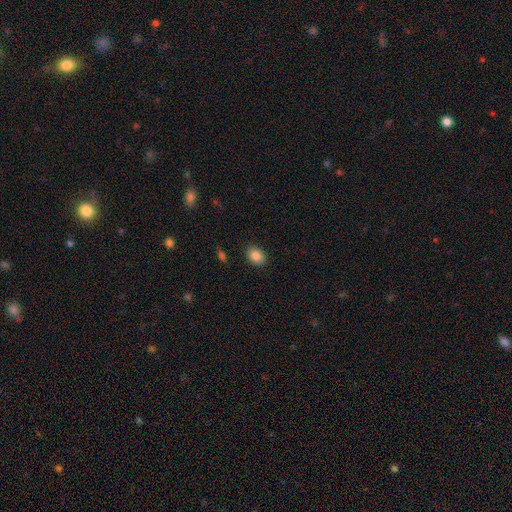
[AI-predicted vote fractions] Smooth or featured: smooth — 86% (star or artifact — 9%)
How rounded: in between — 68% (round — 31%)
Merging: none — 89% (minor disturbance — 8%)